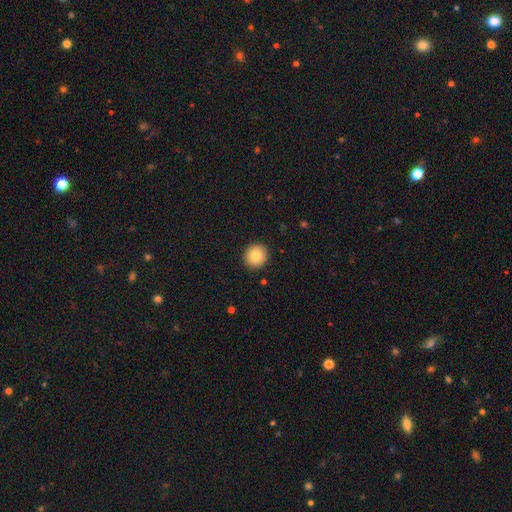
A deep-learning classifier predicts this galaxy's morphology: Overall: smooth (81%). How rounded: round (95%). Merging: none (93%).